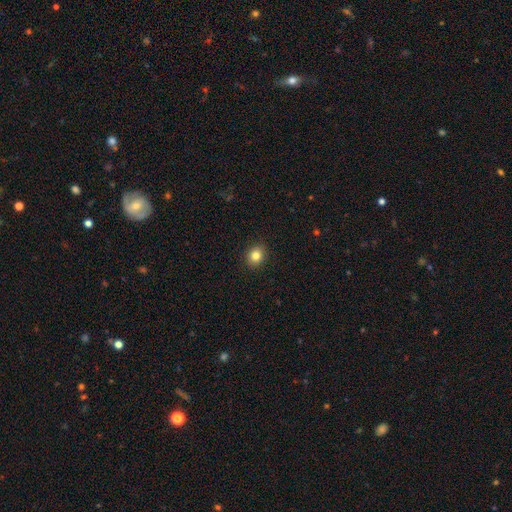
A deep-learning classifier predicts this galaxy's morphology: Smooth or featured: smooth — 83% (star or artifact — 11%)
How rounded: round — 72% (in between — 28%)
Merging: none — 91% (minor disturbance — 6%)